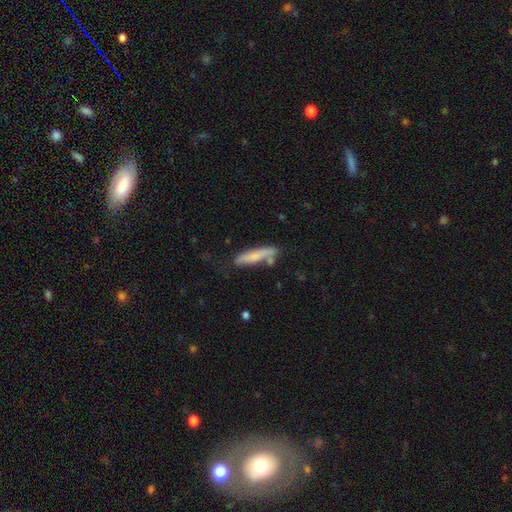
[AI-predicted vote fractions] Smooth or featured? Predicted: smooth (p=0.69). How rounded? Predicted: cigar-shaped (p=0.82). Merging? Predicted: none (p=0.57).